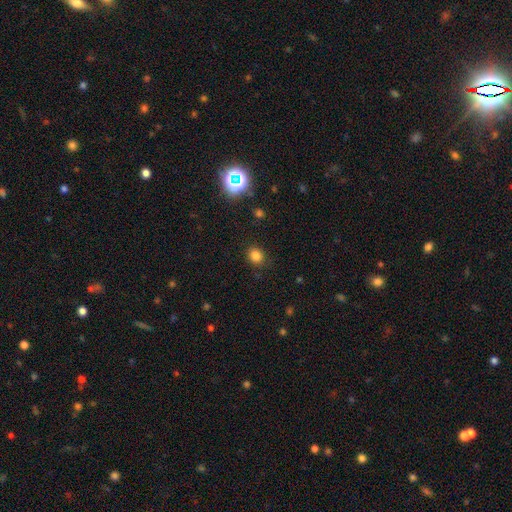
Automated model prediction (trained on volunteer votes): Smooth or featured?
  - smooth: 80% *
  - star or artifact: 16%
  - featured or disk: 4%
How rounded?
  - round: 73% *
  - in between: 26%
  - cigar-shaped: 1%
Merging?
  - none: 86% *
  - minor disturbance: 9%
  - major disturbance: 3%
  - merger: 1%